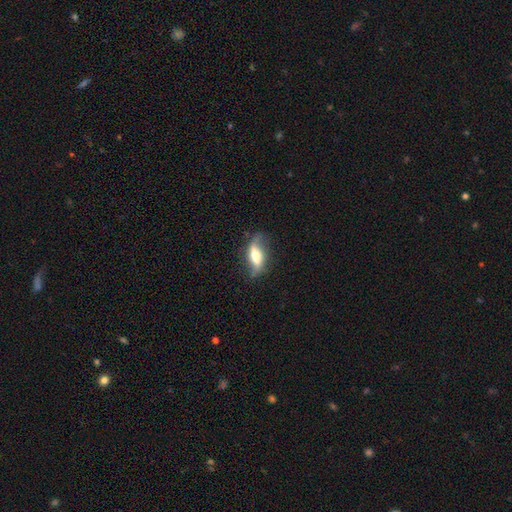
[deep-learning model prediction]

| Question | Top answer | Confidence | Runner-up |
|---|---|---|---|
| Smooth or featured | featured or disk | 65% | smooth (28%) |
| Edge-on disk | no | 66% | yes (34%) |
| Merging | none | 65% | minor disturbance (24%) |